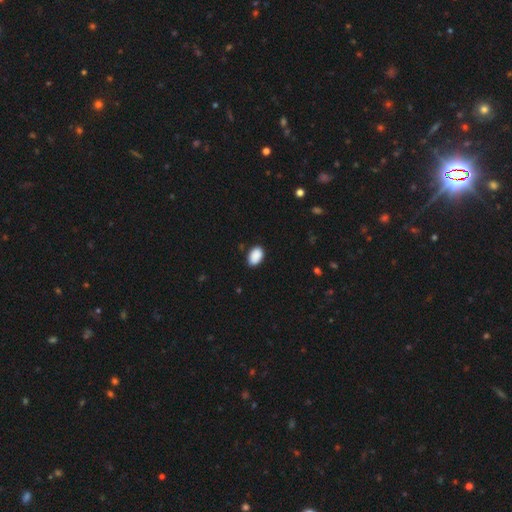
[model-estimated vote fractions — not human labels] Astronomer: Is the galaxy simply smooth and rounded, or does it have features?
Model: smooth — 89%.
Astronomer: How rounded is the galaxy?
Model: in between — 90%.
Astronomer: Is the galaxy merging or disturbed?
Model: none — 83%.